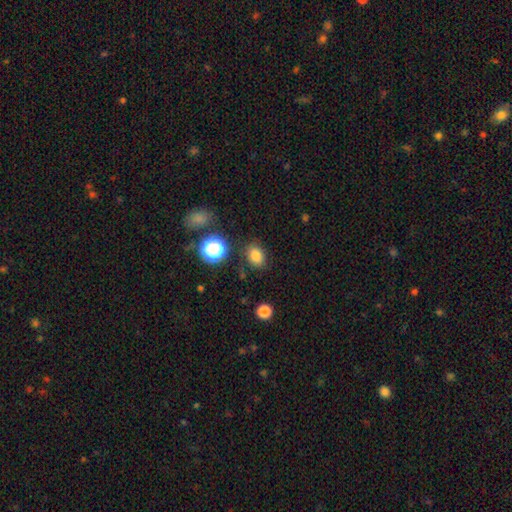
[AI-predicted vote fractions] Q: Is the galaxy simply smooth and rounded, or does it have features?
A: smooth — 79%.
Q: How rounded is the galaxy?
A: in between — 60%.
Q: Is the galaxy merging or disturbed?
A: none — 83%.